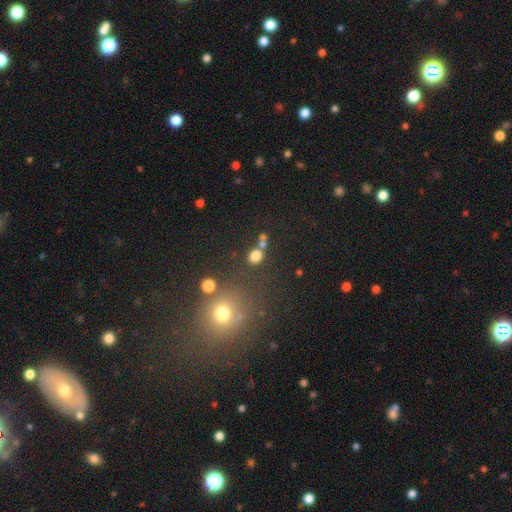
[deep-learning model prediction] Smooth or featured? Predicted: smooth (p=0.75). How rounded? Predicted: round (p=0.60). Merging? Predicted: none (p=0.61).